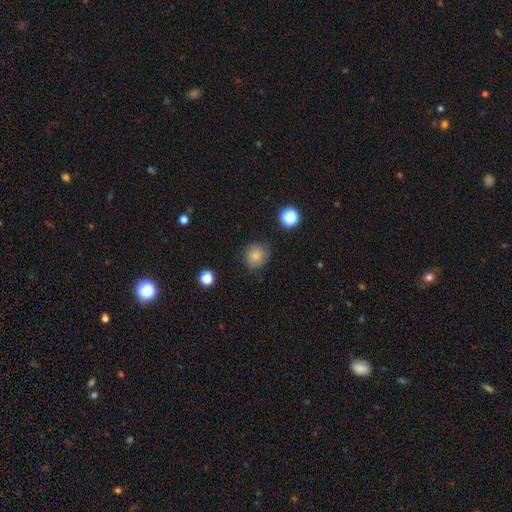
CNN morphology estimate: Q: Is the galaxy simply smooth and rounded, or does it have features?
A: smooth — 82%.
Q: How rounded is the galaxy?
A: round — 85%.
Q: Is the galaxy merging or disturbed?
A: none — 80%.